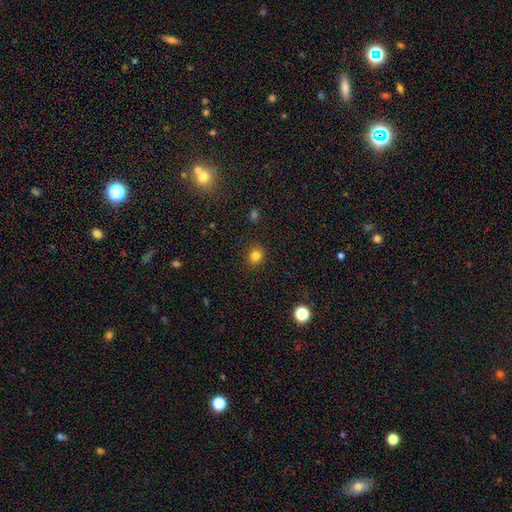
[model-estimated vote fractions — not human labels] Smooth or featured? Predicted: smooth (p=0.81). How rounded? Predicted: round (p=0.85). Merging? Predicted: none (p=0.89).